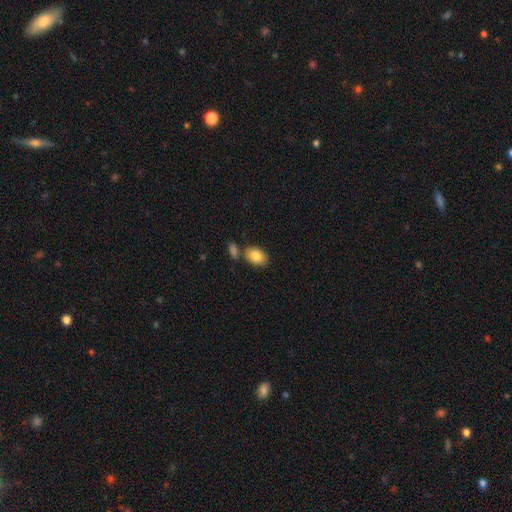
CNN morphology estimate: smooth 84%, featured or disk 9%, star or artifact 7%. Down the decision tree: how rounded — in between (82%); merging — none (68%).